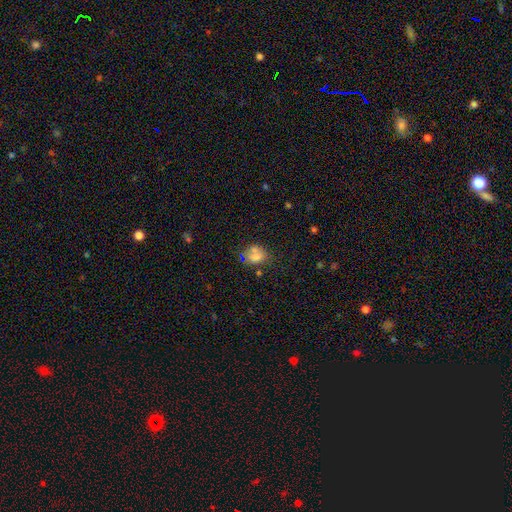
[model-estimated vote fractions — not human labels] Morphology: type=smooth (65%); roundness=round (49%, tied with in between); merging=none (51%).